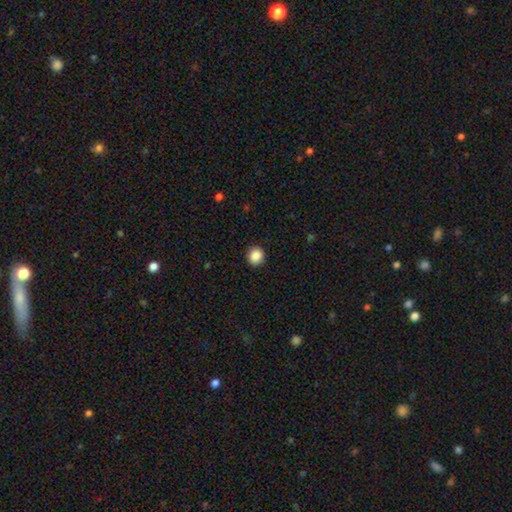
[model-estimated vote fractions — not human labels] smooth_or_featured: smooth (p=0.88) [alt: star or artifact p=0.09]
how_rounded: round (p=0.89) [alt: in between p=0.10]
merging: none (p=0.92) [alt: minor disturbance p=0.05]